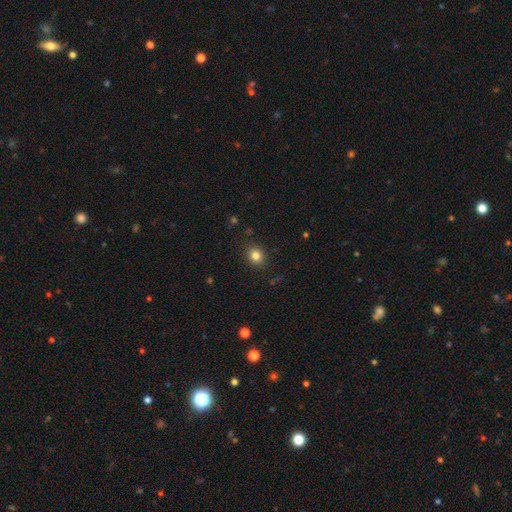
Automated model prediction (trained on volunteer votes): A smooth galaxy with no disk features (82%) that is round (67%). Merging: none (88%).